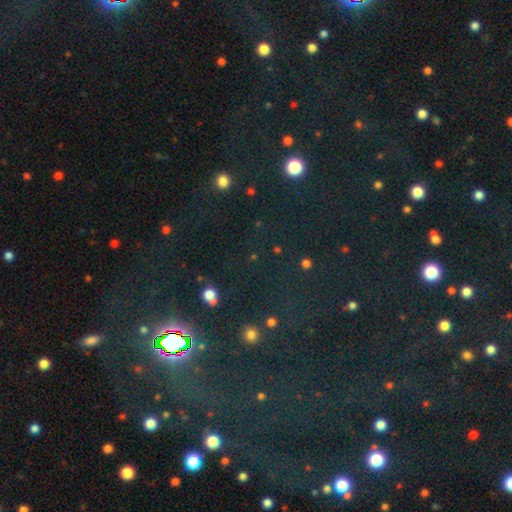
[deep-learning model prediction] Smooth or featured? star or artifact (76%)